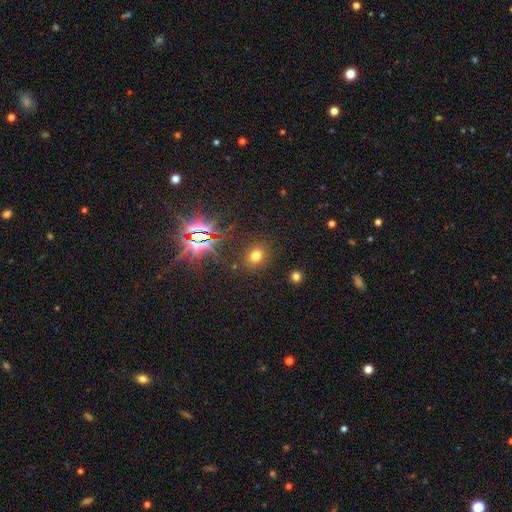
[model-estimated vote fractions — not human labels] Q: Smooth or featured?
A: smooth (65%); runner-up: star or artifact (26%)
Q: How rounded?
A: round (65%); runner-up: in between (34%)
Q: Merging?
A: none (86%); runner-up: minor disturbance (8%)